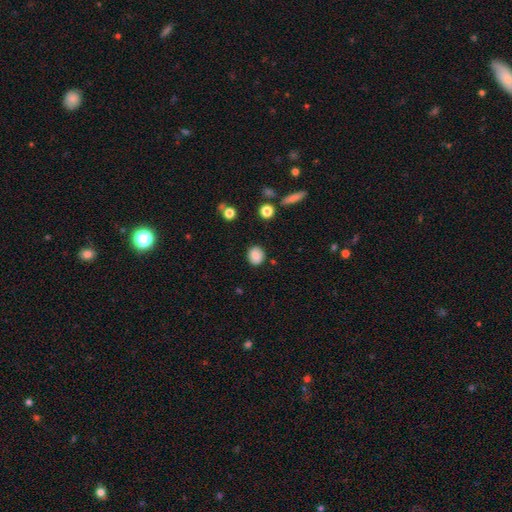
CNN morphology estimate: Q: Smooth or featured?
A: smooth (81%); runner-up: featured or disk (10%)
Q: How rounded?
A: round (67%); runner-up: in between (32%)
Q: Merging?
A: none (85%); runner-up: minor disturbance (11%)